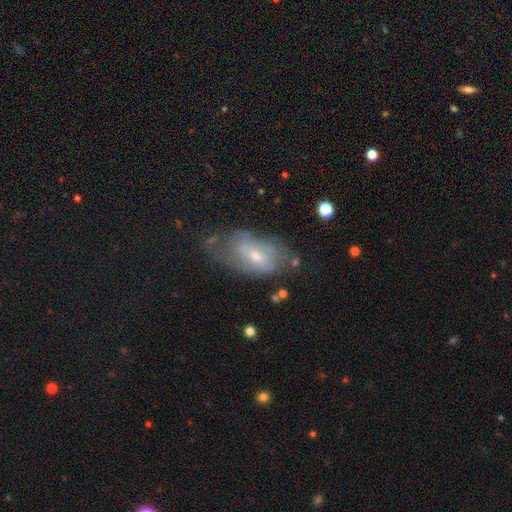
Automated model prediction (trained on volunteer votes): Smooth or featured? Predicted: featured or disk (p=0.61). Edge-on disk? Predicted: no (p=0.91). Bar? Predicted: weak (p=0.44). Spiral arms? Predicted: yes (p=0.65). Bulge size? Predicted: small (p=0.48). Merging? Predicted: none (p=0.45).